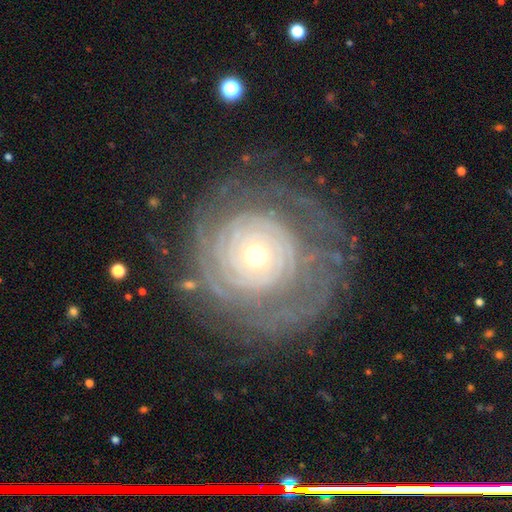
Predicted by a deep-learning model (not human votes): Q: Smooth or featured?
A: featured or disk (83%); runner-up: smooth (10%)
Q: Edge-on disk?
A: no (97%); runner-up: yes (3%)
Q: Bar?
A: no (84%); runner-up: weak (11%)
Q: Spiral arms?
A: yes (90%); runner-up: no (10%)
Q: Spiral winding?
A: tight (84%); runner-up: medium (12%)
Q: Spiral arm count?
A: can't tell (41%); runner-up: more than 4 (16%)
Q: Bulge size?
A: small (50%); runner-up: moderate (44%)
Q: Merging?
A: none (72%); runner-up: minor disturbance (16%)